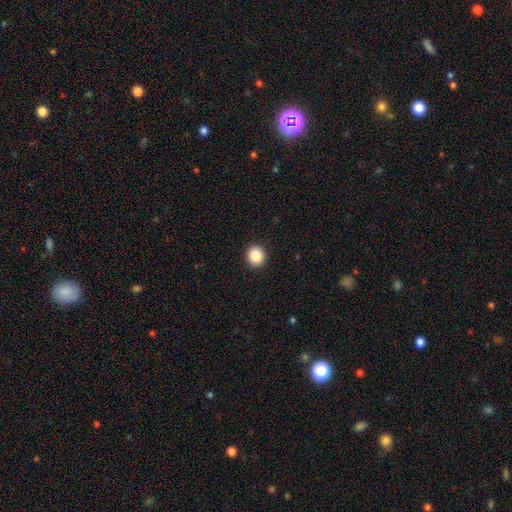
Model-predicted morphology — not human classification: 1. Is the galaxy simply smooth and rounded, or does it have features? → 87% smooth, 9% star or artifact, 4% featured or disk.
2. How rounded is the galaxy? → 88% round, 12% in between, 1% cigar-shaped.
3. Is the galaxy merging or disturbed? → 93% none, 5% minor disturbance, 2% major disturbance, 1% merger.